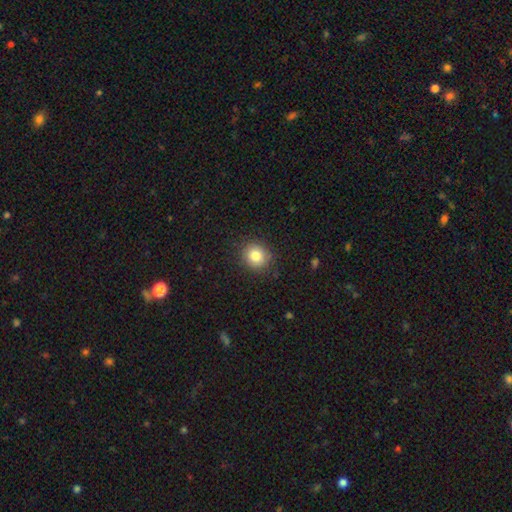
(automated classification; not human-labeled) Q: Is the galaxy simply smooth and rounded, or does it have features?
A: smooth — 83%.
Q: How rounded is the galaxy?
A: round — 86%.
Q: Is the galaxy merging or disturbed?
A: none — 88%.